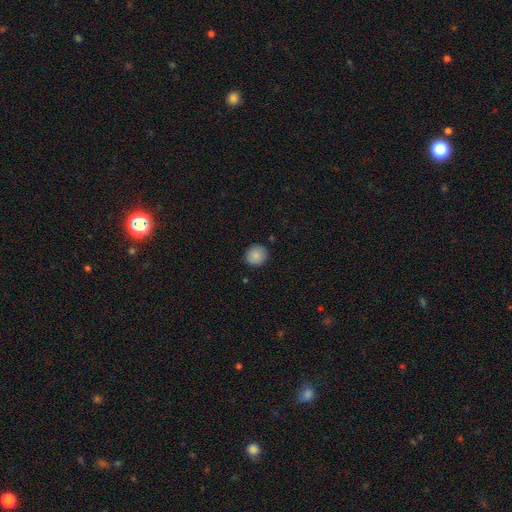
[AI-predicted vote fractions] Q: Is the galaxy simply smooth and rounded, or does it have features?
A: smooth — 85%.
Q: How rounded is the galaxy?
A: round — 89%.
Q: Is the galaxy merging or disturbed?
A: none — 88%.